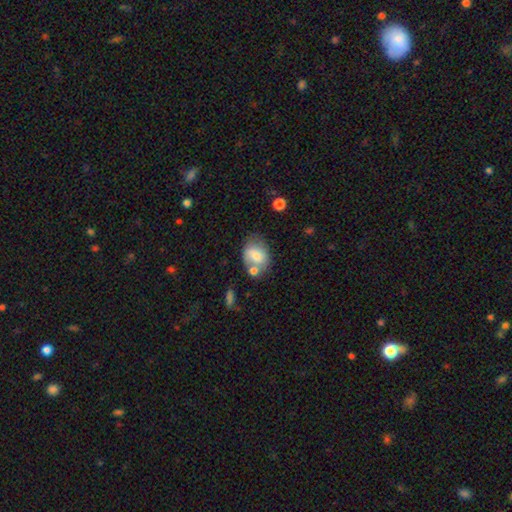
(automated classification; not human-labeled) This is likely a smooth galaxy (67%). How rounded: likely in between (61%). Merging: marginally none (45%).